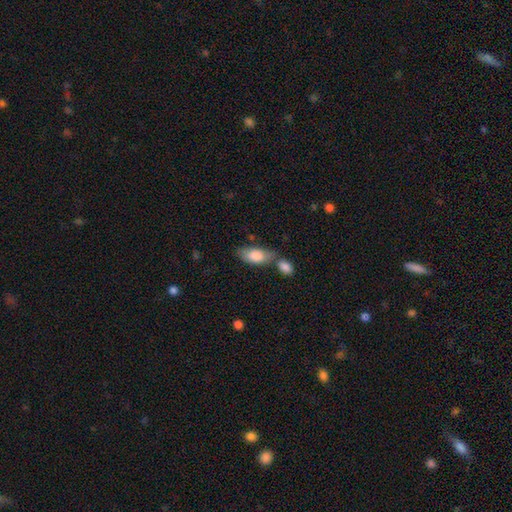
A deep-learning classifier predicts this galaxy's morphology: Smooth or featured? Predicted: smooth (p=0.83). How rounded? Predicted: in between (p=0.90). Merging? Predicted: none (p=0.46).